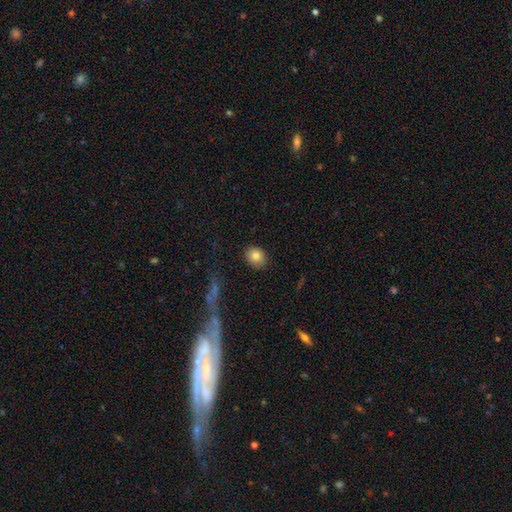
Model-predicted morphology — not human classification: smooth 82%, star or artifact 9%, featured or disk 9%. Down the decision tree: how rounded — round (66%); merging — none (87%).